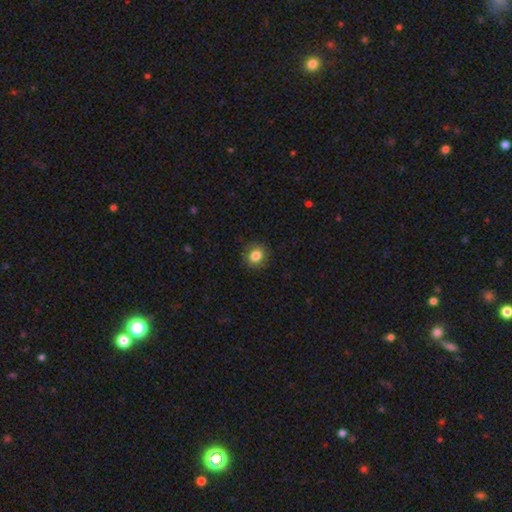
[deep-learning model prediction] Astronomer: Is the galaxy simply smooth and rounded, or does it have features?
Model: smooth — 81%.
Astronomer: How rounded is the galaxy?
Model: round — 85%.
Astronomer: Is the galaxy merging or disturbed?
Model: none — 86%.